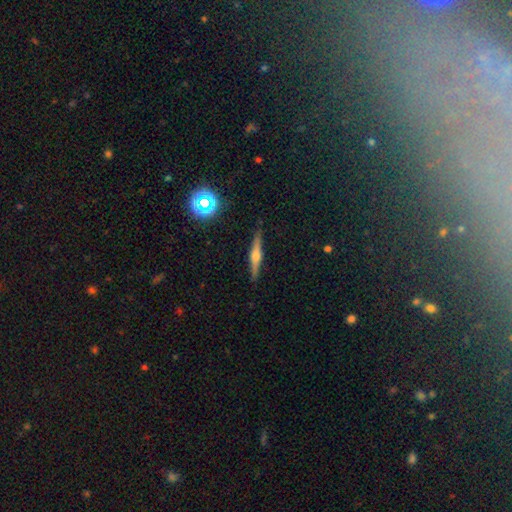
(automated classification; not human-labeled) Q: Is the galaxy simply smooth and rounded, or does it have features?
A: featured or disk — 69%.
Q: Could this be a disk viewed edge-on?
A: yes — 97%.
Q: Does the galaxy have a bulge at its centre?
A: rounded — 85%.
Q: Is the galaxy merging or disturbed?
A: none — 89%.